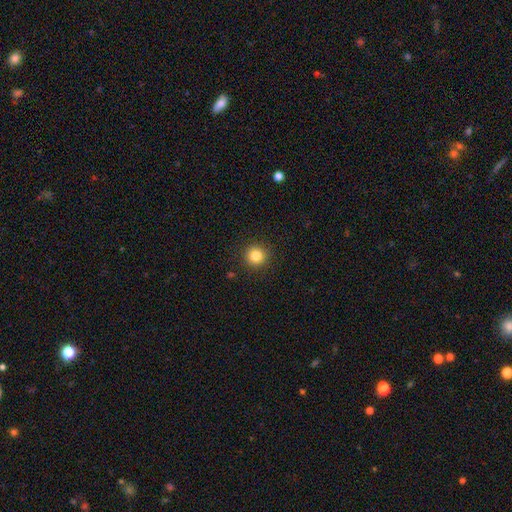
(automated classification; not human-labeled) smooth_or_featured: smooth (p=0.83) [alt: star or artifact p=0.12]
how_rounded: round (p=0.94) [alt: in between p=0.05]
merging: none (p=0.92) [alt: minor disturbance p=0.05]